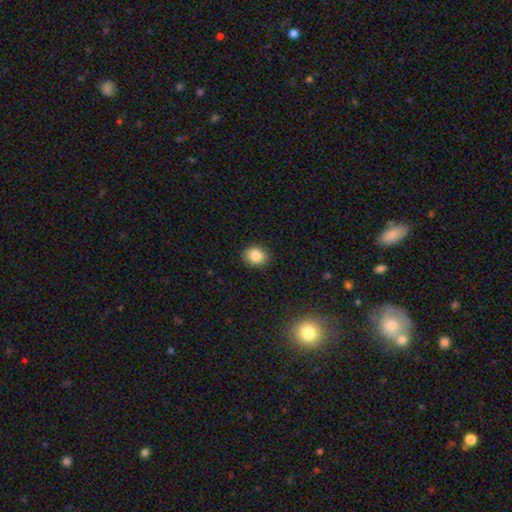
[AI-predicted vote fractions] The model was most divided on "how rounded": round: 53%, in between: 46%, cigar-shaped: 1%. More confident: merging — none (89%); smooth or featured — smooth (86%).